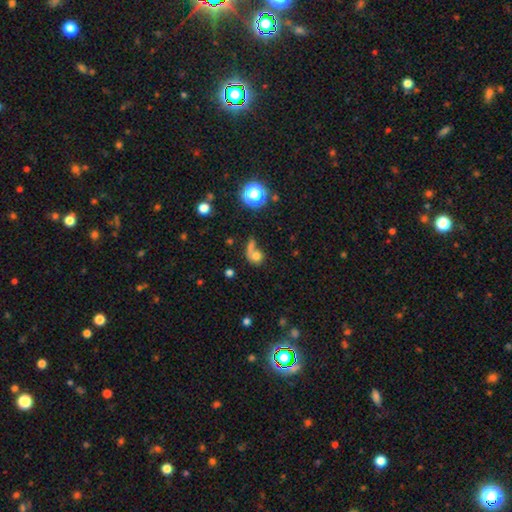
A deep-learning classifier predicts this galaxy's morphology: smooth 66%, featured or disk 18%, star or artifact 16%. Down the decision tree: how rounded — round (68%); merging — merger (39%).